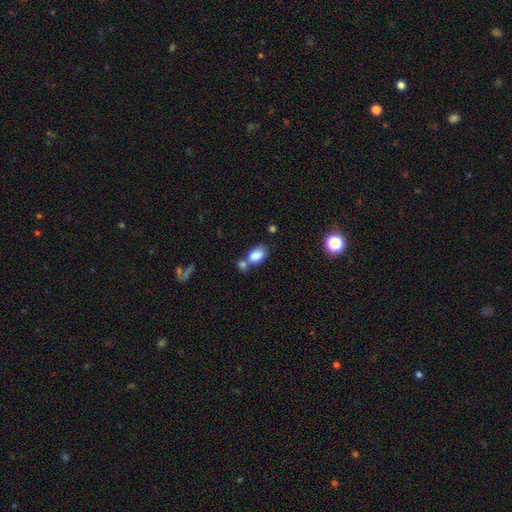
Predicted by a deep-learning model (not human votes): Q: Smooth or featured?
A: smooth (83%); runner-up: star or artifact (9%)
Q: How rounded?
A: in between (86%); runner-up: round (12%)
Q: Merging?
A: merger (43%); runner-up: none (40%)